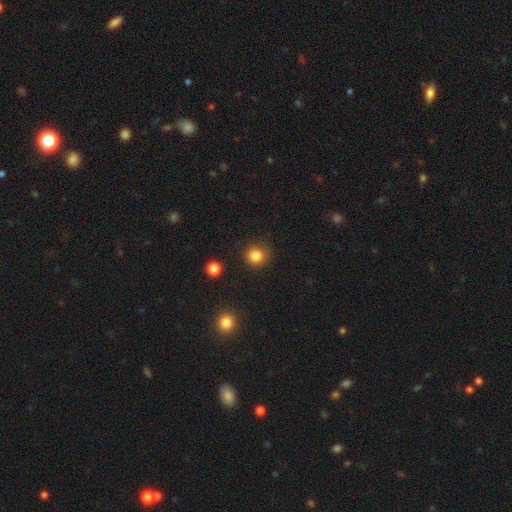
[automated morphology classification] Smooth or featured? smooth (83%)
How rounded? round (91%)
Merging? none (85%)